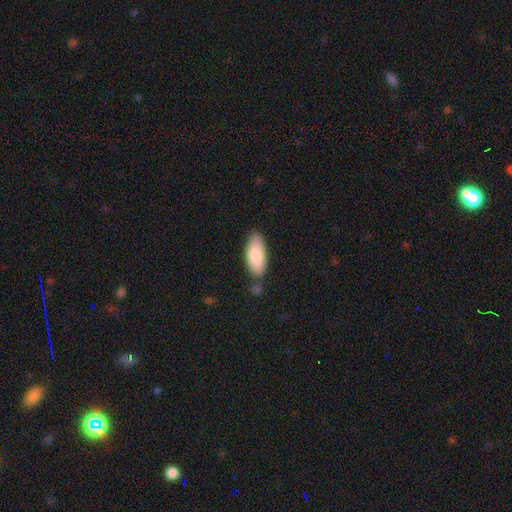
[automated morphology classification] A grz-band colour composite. It shows a smooth galaxy with no disk features (85%) that is in between round and cigar-shaped (86%). Merging: none (75%).